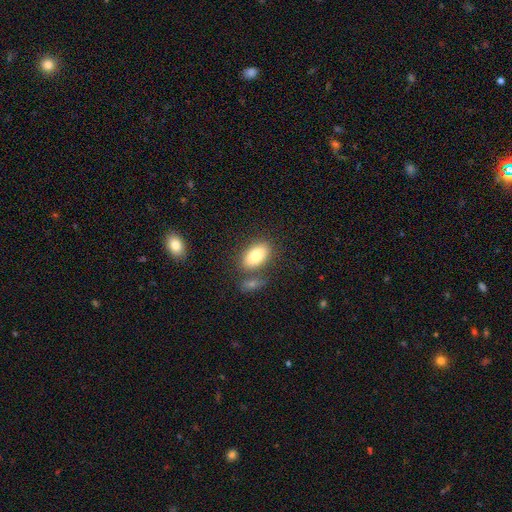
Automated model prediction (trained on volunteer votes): Smooth or featured? smooth (80%)
How rounded? in between (92%)
Merging? none (68%)